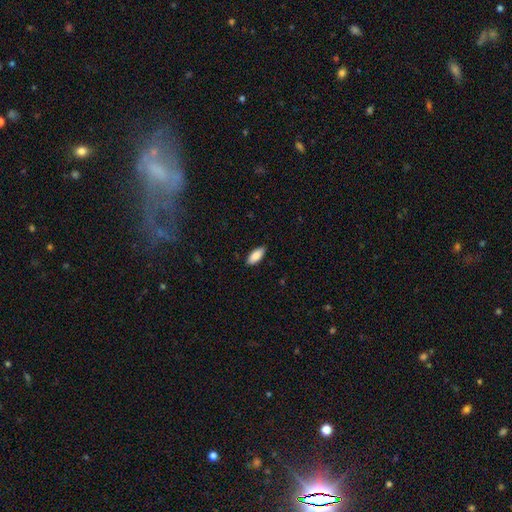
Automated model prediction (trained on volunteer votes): smooth-or-featured: smooth: 86% | featured or disk: 8% | star or artifact: 6%
  how-rounded: in between: 82% | cigar-shaped: 16% | round: 2%
  merging: none: 87% | minor disturbance: 10% | major disturbance: 2% | merger: 1%